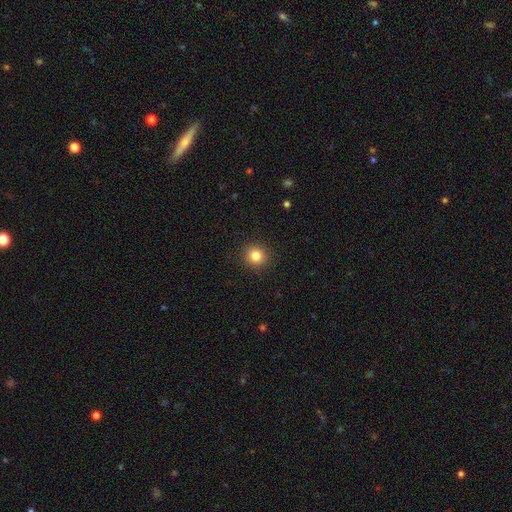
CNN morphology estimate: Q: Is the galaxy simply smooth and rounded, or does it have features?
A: smooth — 83%.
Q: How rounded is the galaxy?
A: round — 90%.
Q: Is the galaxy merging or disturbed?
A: none — 92%.